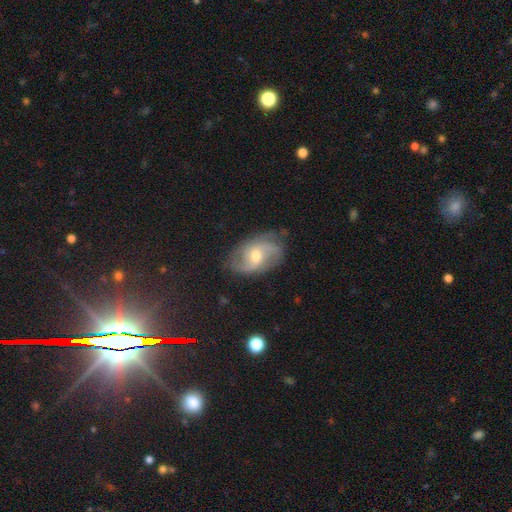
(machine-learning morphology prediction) smooth_or_featured: featured or disk (p=0.77) [alt: smooth p=0.16]
disk_edge_on: no (p=0.96) [alt: yes p=0.04]
bar: no (p=0.50) [alt: weak p=0.41]
has_spiral_arms: yes (p=0.92) [alt: no p=0.08]
spiral_winding: medium (p=0.44) [alt: loose p=0.30]
spiral_arm_count: 2 (p=0.56) [alt: can't tell p=0.18]
bulge_size: moderate (p=0.67) [alt: small p=0.27]
merging: none (p=0.70) [alt: minor disturbance p=0.21]